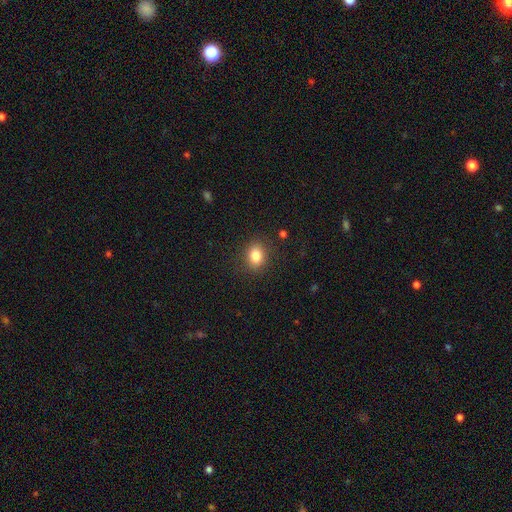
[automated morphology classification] smooth 84%, star or artifact 10%, featured or disk 6%. Down the decision tree: how rounded — in between (53%); merging — none (86%).